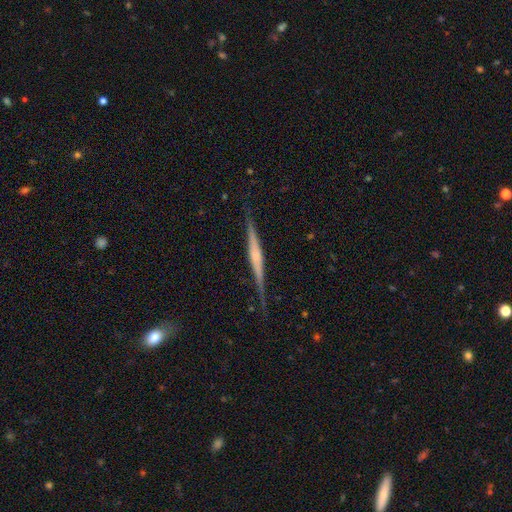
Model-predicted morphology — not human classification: Smooth or featured? Predicted: featured or disk (p=0.76). Edge-on disk? Predicted: yes (p=0.98). Edge-on bulge? Predicted: rounded (p=0.54). Merging? Predicted: none (p=0.85).